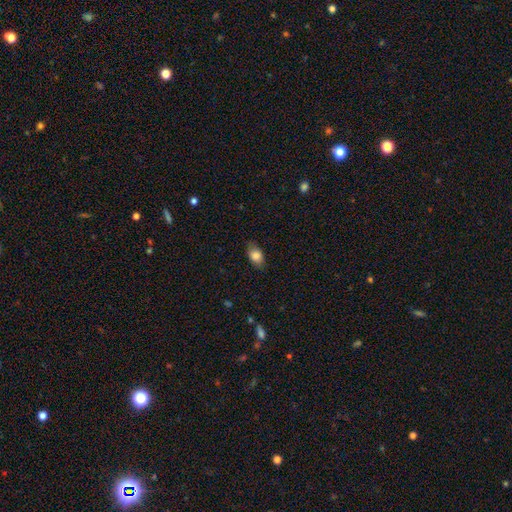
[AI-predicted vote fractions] A smooth galaxy with no disk features (83%) that is in between round and cigar-shaped (83%). Merging: none (81%).